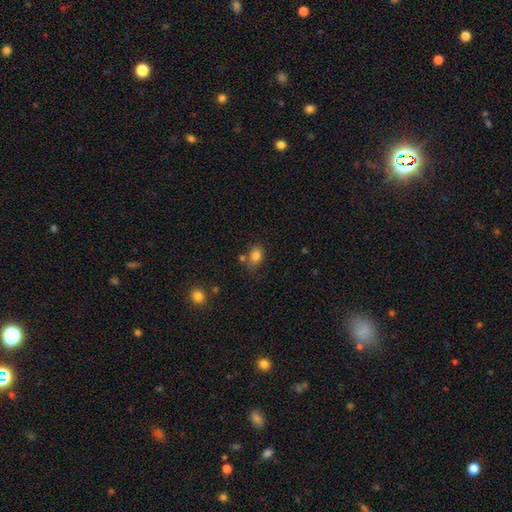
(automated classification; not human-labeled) smooth-or-featured: smooth: 82% | star or artifact: 11% | featured or disk: 7%
  how-rounded: in between: 64% | round: 35% | cigar-shaped: 1%
  merging: none: 62% | minor disturbance: 20% | merger: 13% | major disturbance: 6%